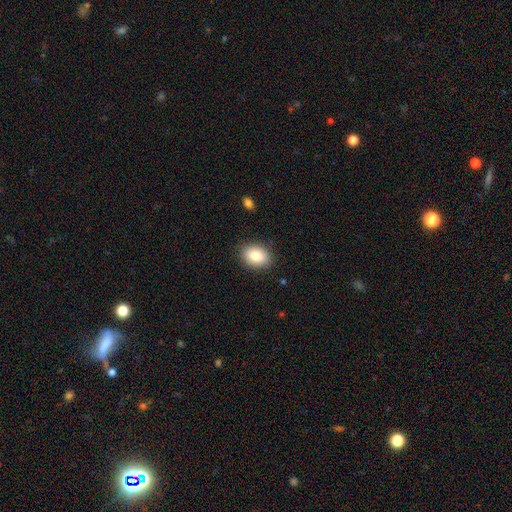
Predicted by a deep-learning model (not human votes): smooth 85%, star or artifact 8%, featured or disk 8%. Down the decision tree: how rounded — in between (77%); merging — none (87%).